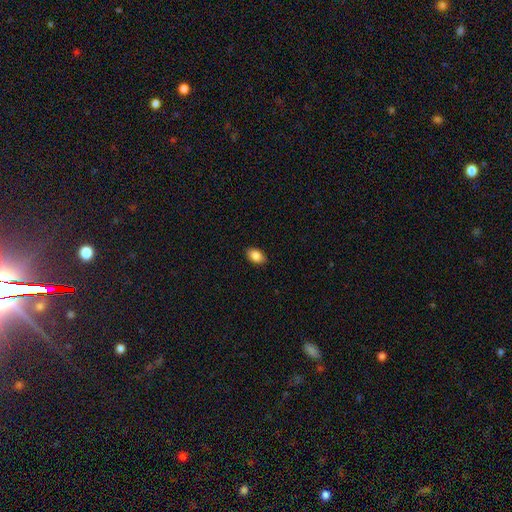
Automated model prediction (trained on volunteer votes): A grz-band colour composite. It shows a smooth galaxy with no disk features (87%) that is in between round and cigar-shaped (88%). Merging: none (89%).